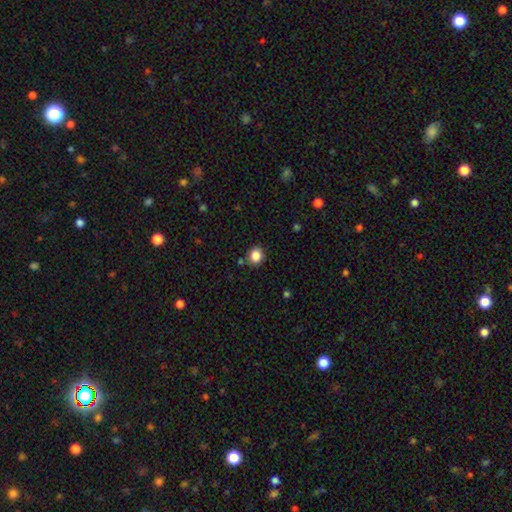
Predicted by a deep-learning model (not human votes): smooth-or-featured: smooth: 85% | star or artifact: 11% | featured or disk: 4%
  how-rounded: round: 71% | in between: 28% | cigar-shaped: 1%
  merging: none: 84% | minor disturbance: 10% | merger: 4% | major disturbance: 3%